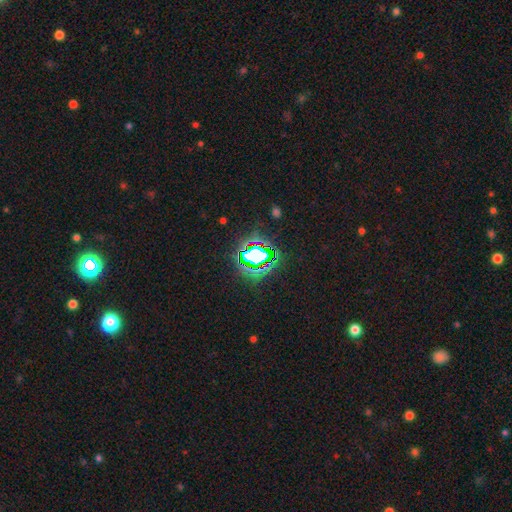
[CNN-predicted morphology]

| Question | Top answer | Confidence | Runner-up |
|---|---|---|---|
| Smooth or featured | star or artifact | 68% | smooth (20%) |